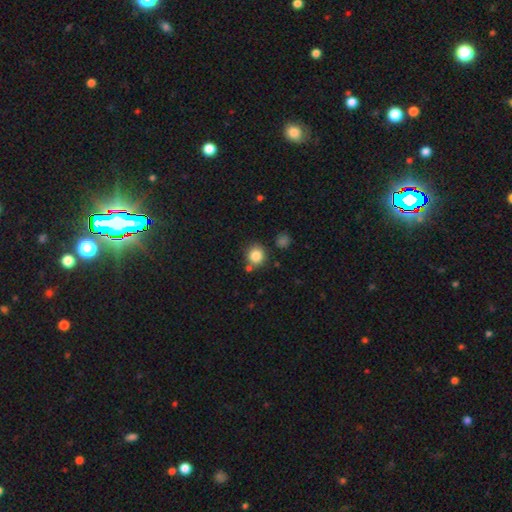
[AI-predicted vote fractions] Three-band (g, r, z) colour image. It shows a smooth galaxy with no disk features (84%) that is round (88%). Merging: none (75%).